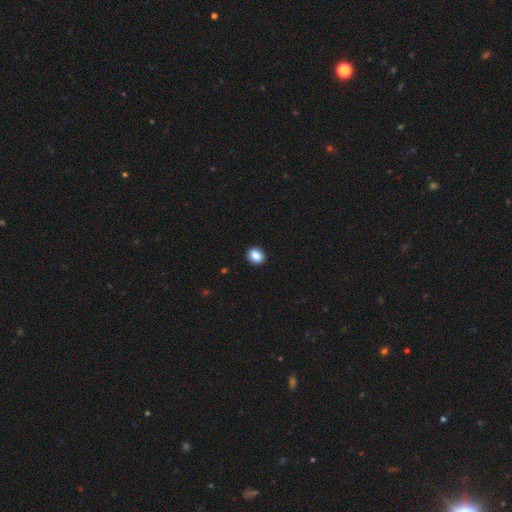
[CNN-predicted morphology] smooth-or-featured: smooth: 87% | star or artifact: 9% | featured or disk: 4%
  how-rounded: round: 52% | in between: 47% | cigar-shaped: 1%
  merging: none: 92% | minor disturbance: 6% | major disturbance: 2% | merger: 1%